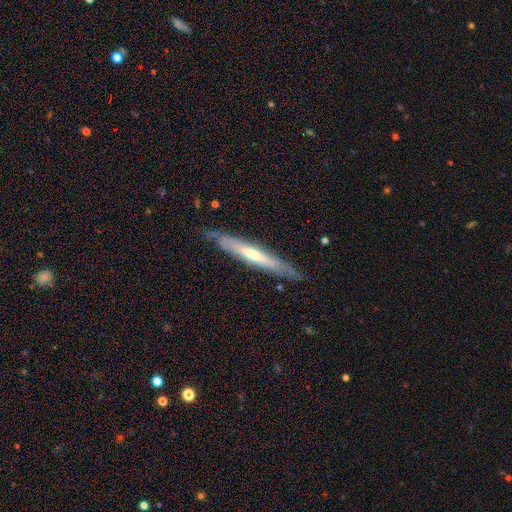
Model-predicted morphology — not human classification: Overall: featured or disk (62%; smooth 32%). Edge-on disk: yes (80%). Edge-on bulge: rounded (52%; none 40%). Merging: none (80%).